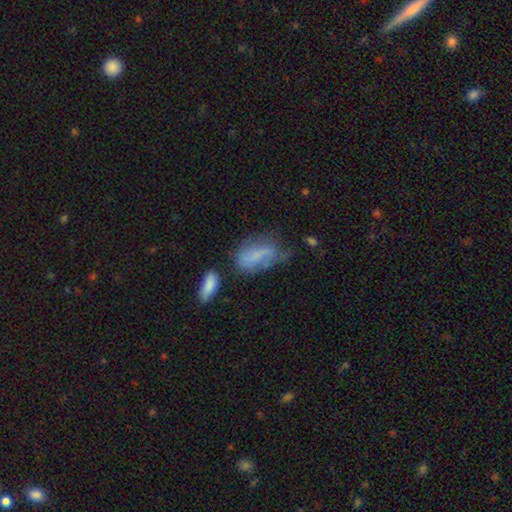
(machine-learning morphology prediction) Smooth or featured? Predicted: smooth (p=0.61). How rounded? Predicted: in between (p=0.84). Merging? Predicted: none (p=0.36).